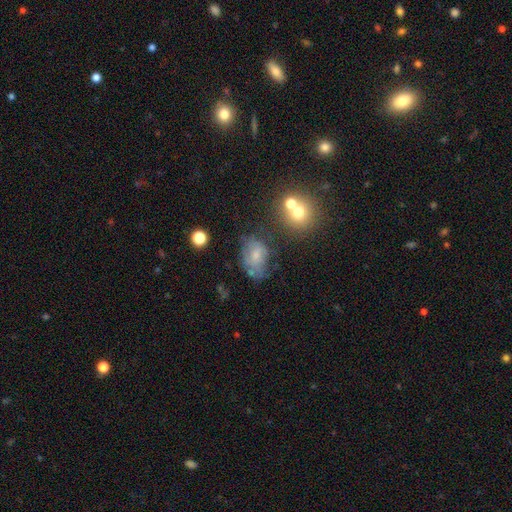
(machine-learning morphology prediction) type=smooth (46%); merging=none (44%).